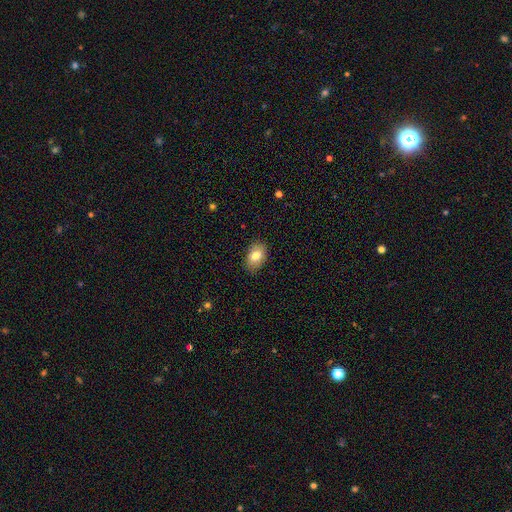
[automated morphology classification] Smooth or featured?
  - smooth: 80% *
  - featured or disk: 13%
  - star or artifact: 7%
How rounded?
  - in between: 87% *
  - round: 12%
  - cigar-shaped: 1%
Merging?
  - none: 86% *
  - minor disturbance: 11%
  - major disturbance: 2%
  - merger: 1%